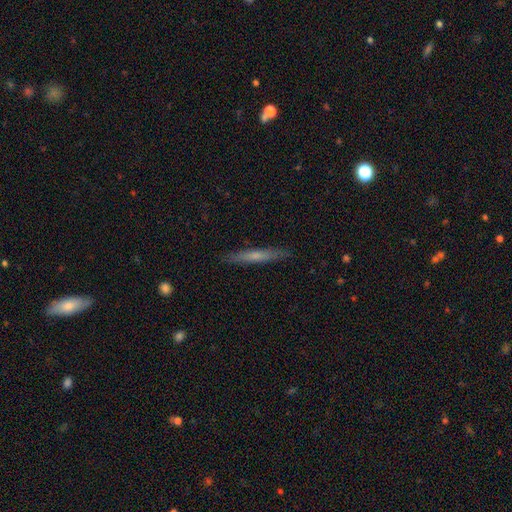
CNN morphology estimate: Smooth or featured? smooth (52%)
How rounded? cigar-shaped (94%)
Merging? none (89%)